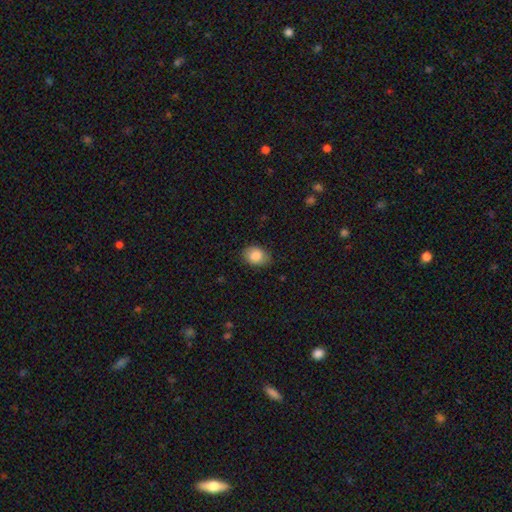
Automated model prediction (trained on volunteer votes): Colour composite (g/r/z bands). It shows a smooth galaxy with no disk features (85%) that is in between round and cigar-shaped (72%). Merging: none (78%).